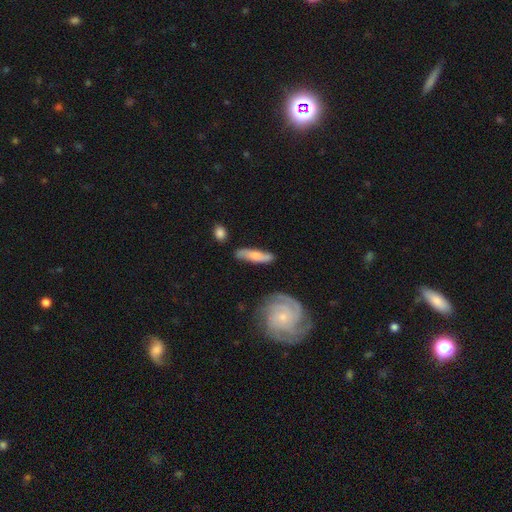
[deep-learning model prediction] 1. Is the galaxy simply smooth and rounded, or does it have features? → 55% smooth, 39% featured or disk, 6% star or artifact.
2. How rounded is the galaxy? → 71% cigar-shaped, 27% in between, 2% round.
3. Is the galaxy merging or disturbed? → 76% none, 16% minor disturbance, 4% merger, 4% major disturbance.